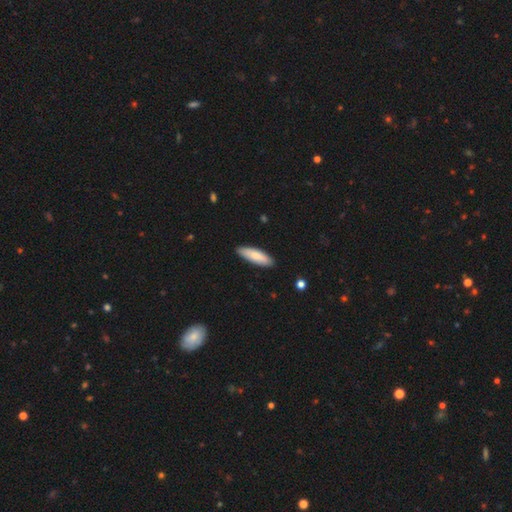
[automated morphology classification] smooth_or_featured: smooth (p=0.82) [alt: featured or disk p=0.13]
how_rounded: cigar-shaped (p=0.52) [alt: in between p=0.46]
merging: none (p=0.89) [alt: minor disturbance p=0.08]